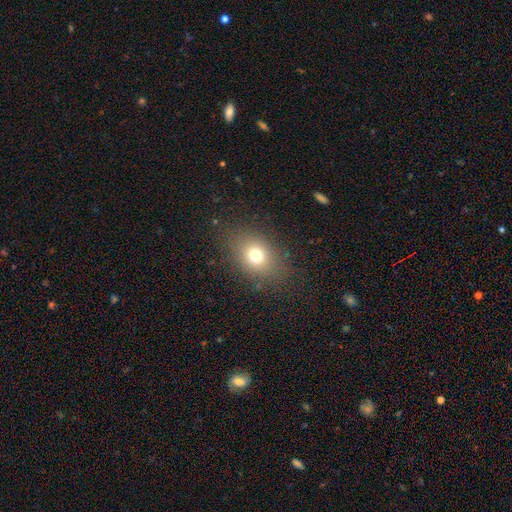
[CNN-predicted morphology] smooth-or-featured: smooth: 72% | star or artifact: 16% | featured or disk: 12%
  how-rounded: in between: 53% | round: 46% | cigar-shaped: 1%
  merging: none: 83% | minor disturbance: 10% | major disturbance: 5% | merger: 1%